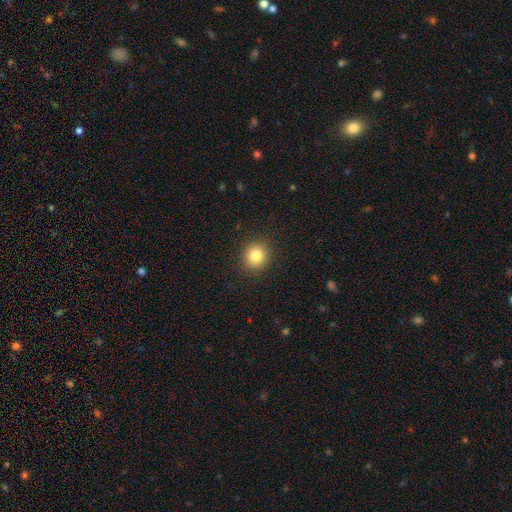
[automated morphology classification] Smooth or featured? Predicted: smooth (p=0.83). How rounded? Predicted: round (p=0.87). Merging? Predicted: none (p=0.90).